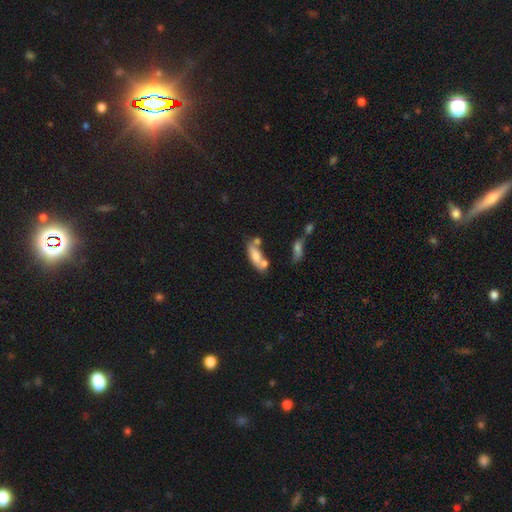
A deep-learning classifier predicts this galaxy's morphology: Smooth or featured: smooth — 67% (featured or disk — 24%)
How rounded: in between — 70% (cigar-shaped — 27%)
Merging: merger — 38% (none — 35%)